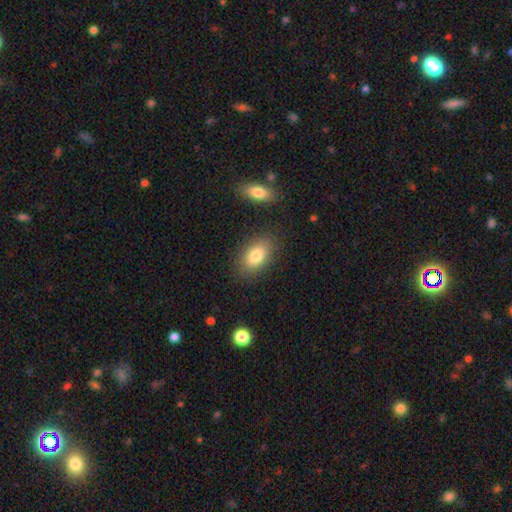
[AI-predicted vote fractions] Morphology: type=smooth (82%); roundness=in between (90%); merging=none (83%).